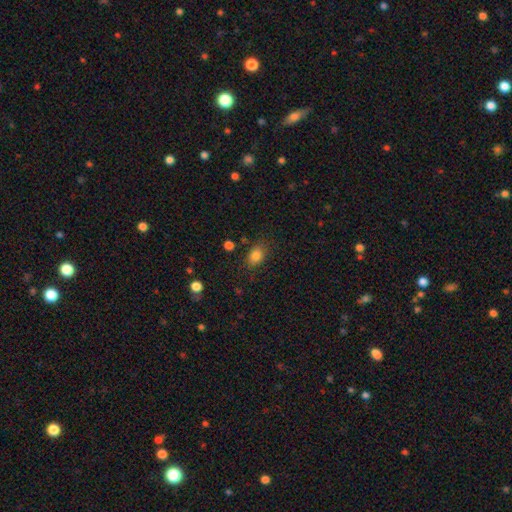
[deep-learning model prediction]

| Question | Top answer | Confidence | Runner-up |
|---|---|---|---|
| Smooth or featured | smooth | 83% | star or artifact (10%) |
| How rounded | in between | 75% | round (24%) |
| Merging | none | 78% | minor disturbance (15%) |